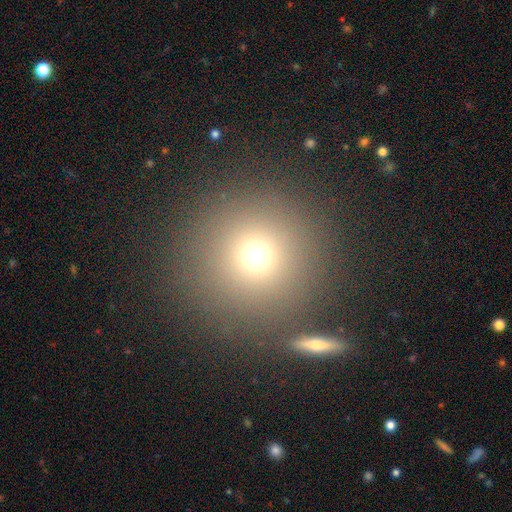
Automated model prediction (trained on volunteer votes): smooth_or_featured: smooth (p=0.70) [alt: star or artifact p=0.20]
how_rounded: round (p=0.95) [alt: in between p=0.04]
merging: none (p=0.82) [alt: merger p=0.08]